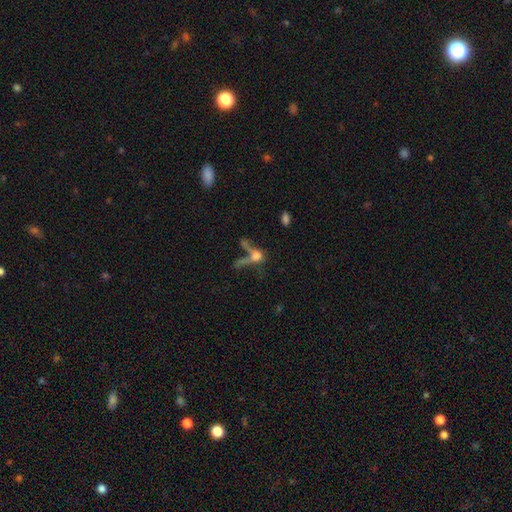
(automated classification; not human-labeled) Smooth or featured? smooth (46%)
Merging? merger (37%)